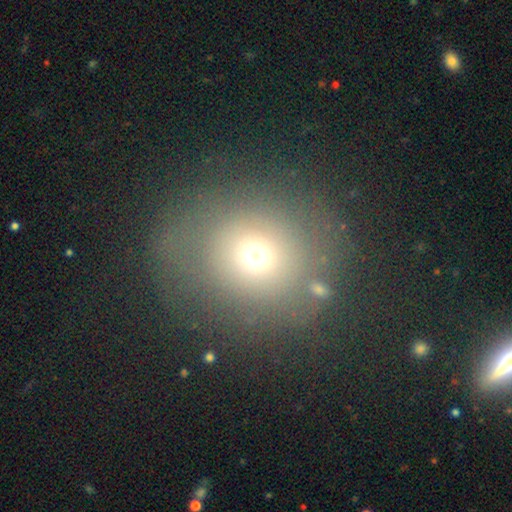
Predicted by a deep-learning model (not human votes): Smooth or featured? smooth (66%)
How rounded? round (82%)
Merging? none (71%)